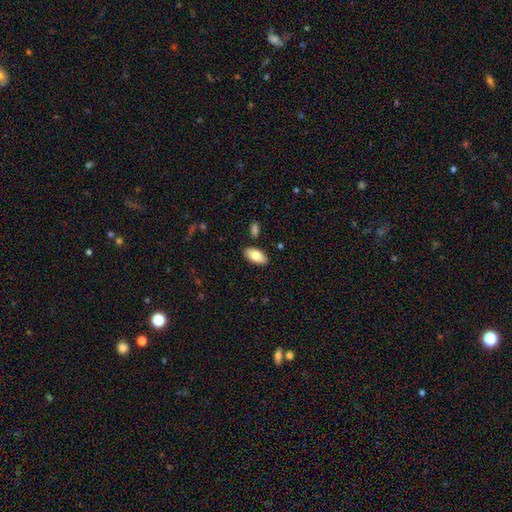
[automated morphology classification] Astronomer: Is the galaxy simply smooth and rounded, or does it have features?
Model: smooth — 80%.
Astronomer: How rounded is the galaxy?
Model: in between — 93%.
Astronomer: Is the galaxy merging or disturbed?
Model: none — 86%.